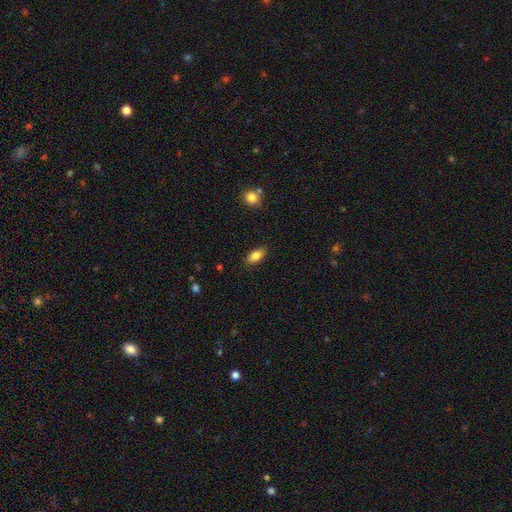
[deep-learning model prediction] This is clearly a smooth galaxy (85%). How rounded: clearly in between (88%). Merging: clearly none (87%).